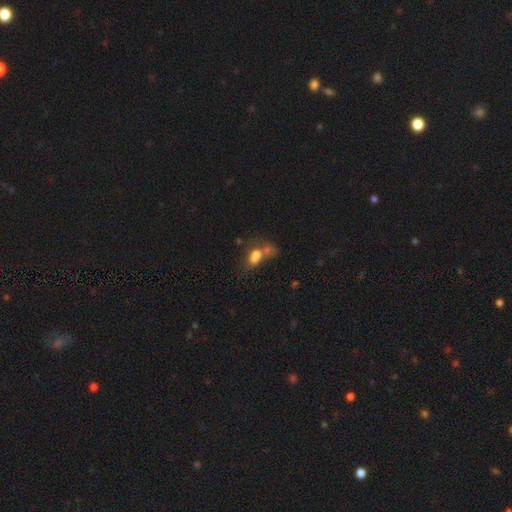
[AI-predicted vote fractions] Smooth or featured: smooth — 70% (featured or disk — 17%)
How rounded: in between — 78% (round — 18%)
Merging: merger — 57% (none — 22%)